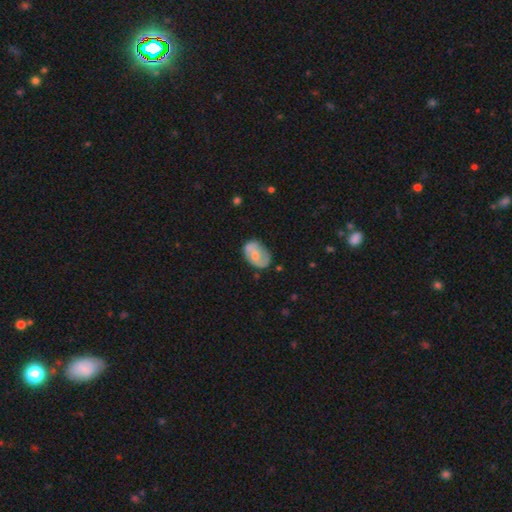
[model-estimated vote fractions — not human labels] featured or disk 50%, smooth 44%, star or artifact 7%. Down the decision tree: merging — none (66%).